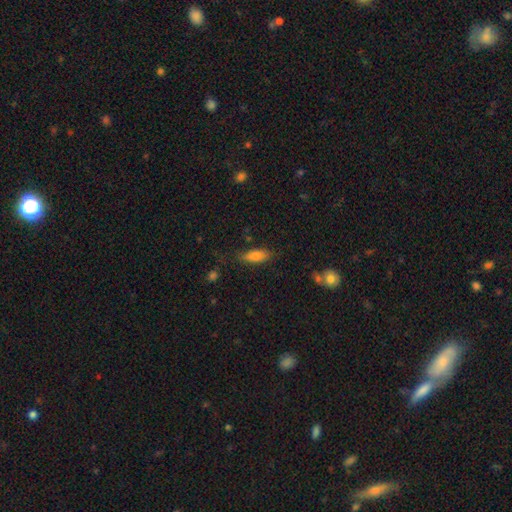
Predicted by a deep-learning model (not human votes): A smooth galaxy with no disk features (75%) that is in between round and cigar-shaped (64%). Merging: none (74%).